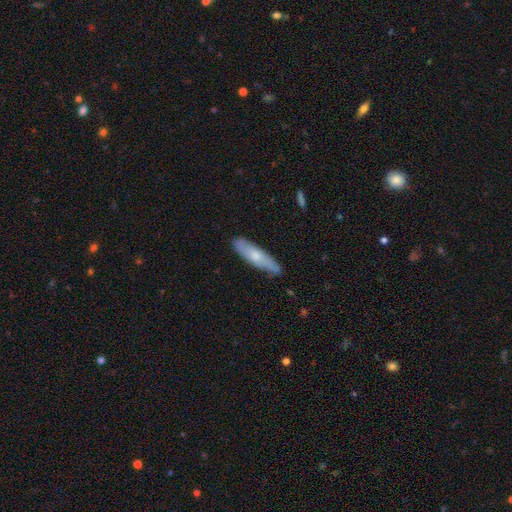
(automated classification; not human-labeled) Q: Smooth or featured?
A: smooth (57%); runner-up: featured or disk (37%)
Q: How rounded?
A: cigar-shaped (75%); runner-up: in between (24%)
Q: Merging?
A: none (80%); runner-up: minor disturbance (16%)